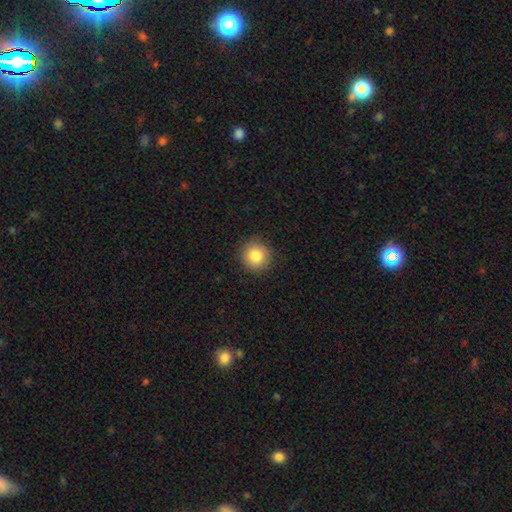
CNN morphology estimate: The model was most divided on "smooth or featured": smooth: 84%, star or artifact: 9%, featured or disk: 7%. More confident: how rounded — round (94%); merging — none (89%).